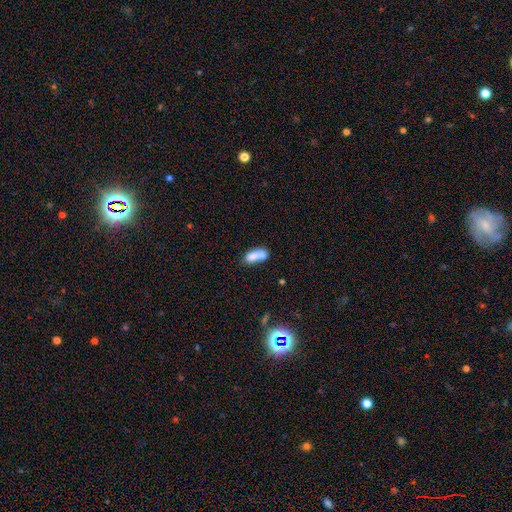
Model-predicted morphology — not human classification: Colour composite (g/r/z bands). It shows a smooth galaxy with no disk features (78%) that is in between round and cigar-shaped (71%). Merging: none (38%).